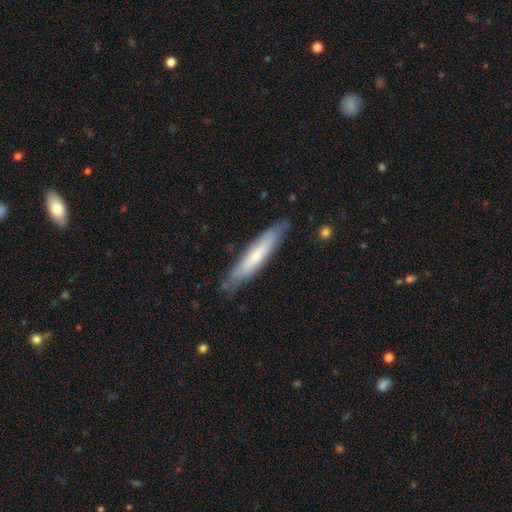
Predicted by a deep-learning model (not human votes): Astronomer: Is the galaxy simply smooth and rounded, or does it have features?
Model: smooth — 57% (runner-up: featured or disk, 38%).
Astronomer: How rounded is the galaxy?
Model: cigar-shaped — 88%.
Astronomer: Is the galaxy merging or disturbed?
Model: none — 82%.